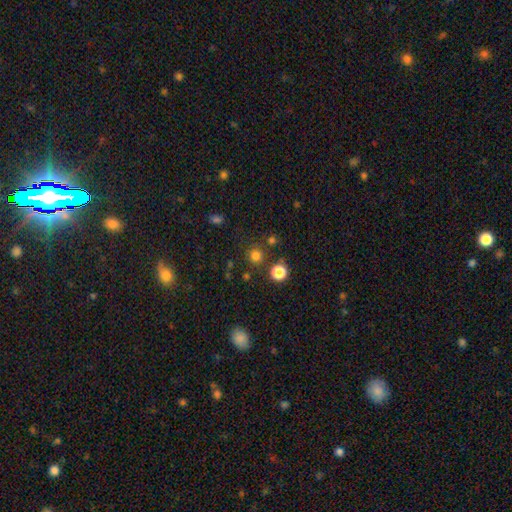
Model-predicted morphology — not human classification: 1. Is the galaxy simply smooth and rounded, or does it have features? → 76% smooth, 19% star or artifact, 5% featured or disk.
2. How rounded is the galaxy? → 93% round, 6% in between, 1% cigar-shaped.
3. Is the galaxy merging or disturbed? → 82% none, 8% minor disturbance, 7% merger, 4% major disturbance.